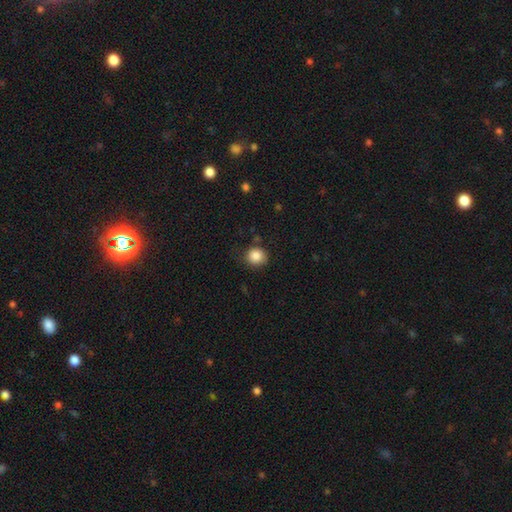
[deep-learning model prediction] The model was most divided on "merging": none: 79%, minor disturbance: 16%, major disturbance: 4%, merger: 2%. More confident: how rounded — round (86%); smooth or featured — smooth (86%).